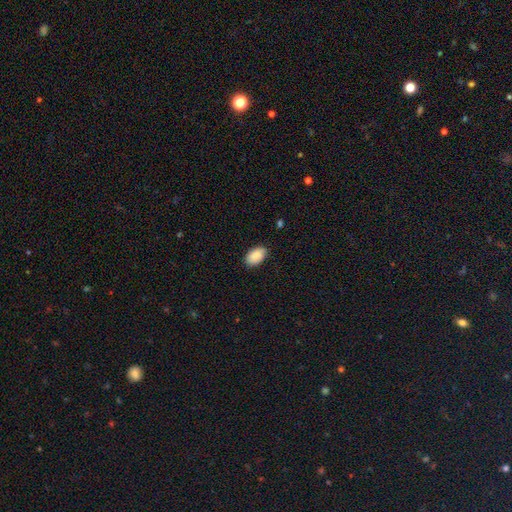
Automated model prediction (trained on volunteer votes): Morphology: type=smooth (89%); roundness=in between (92%); merging=none (83%).